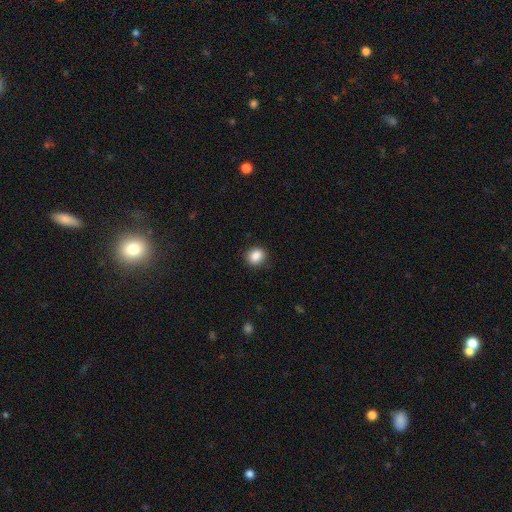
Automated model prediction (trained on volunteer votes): A smooth galaxy with no disk features (87%) that is round (69%).

Vote fractions:
- Smooth or featured? smooth: 87% / star or artifact: 9% / featured or disk: 4%
- How rounded? round: 69% / in between: 30% / cigar-shaped: 1%
- Merging? none: 87% / minor disturbance: 10% / major disturbance: 2% / merger: 1%